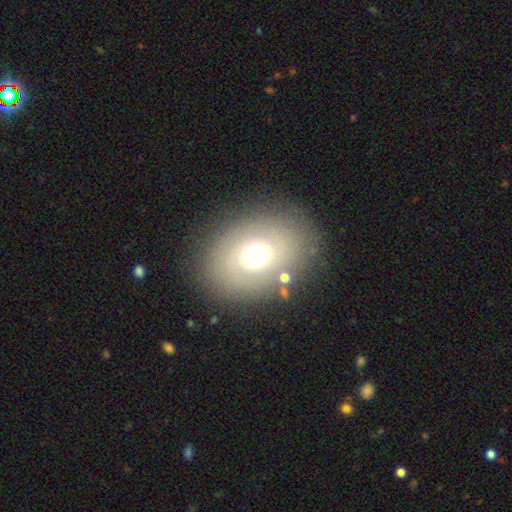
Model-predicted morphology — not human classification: type=smooth (53%); roundness=in between (70%); merging=none (80%).